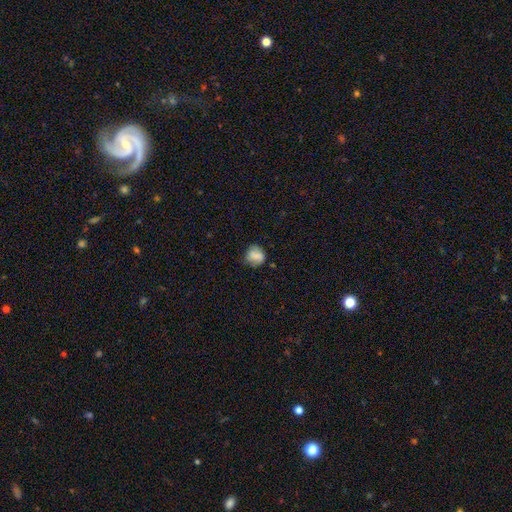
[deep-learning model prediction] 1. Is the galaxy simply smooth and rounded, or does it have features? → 75% smooth, 15% featured or disk, 9% star or artifact.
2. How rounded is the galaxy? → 76% round, 23% in between, 1% cigar-shaped.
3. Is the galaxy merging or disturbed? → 67% none, 24% minor disturbance, 7% major disturbance, 3% merger.